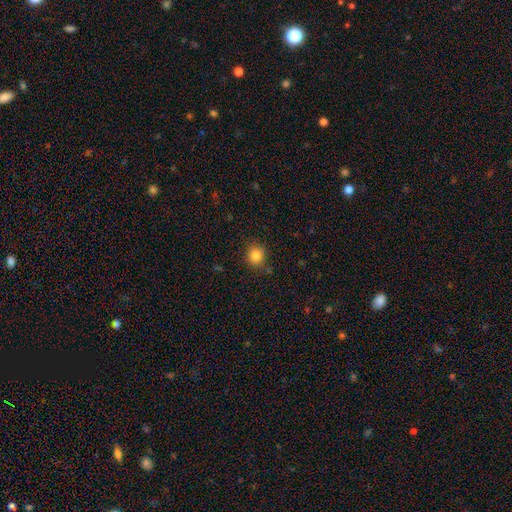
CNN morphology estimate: This is clearly a smooth galaxy (84%). How rounded: clearly round (87%). Merging: clearly none (85%).